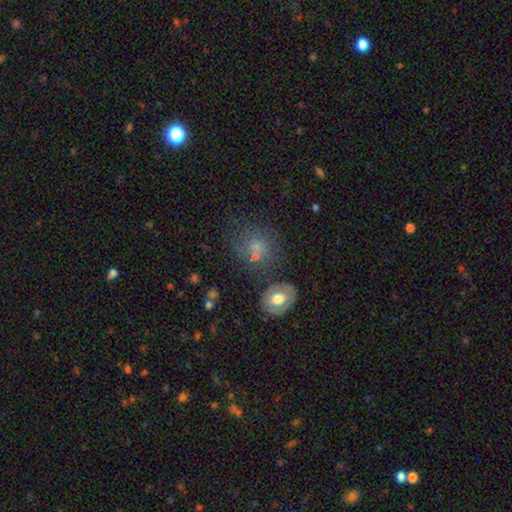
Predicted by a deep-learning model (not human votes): This is likely a smooth galaxy (65%). How rounded: likely round (70%). Merging: possibly none (58%).